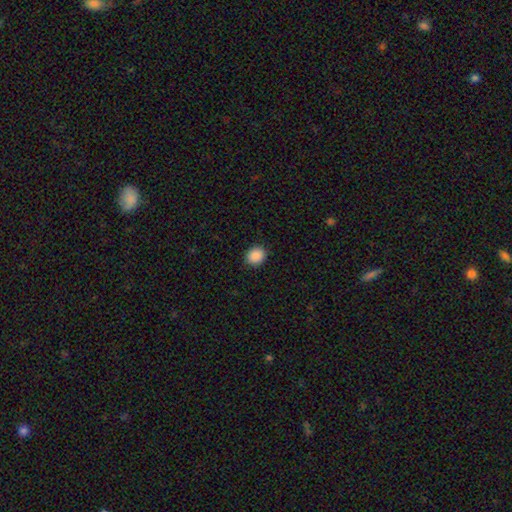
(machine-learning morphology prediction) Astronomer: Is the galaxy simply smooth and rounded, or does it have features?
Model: smooth — 89%.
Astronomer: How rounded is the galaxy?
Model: round — 69%.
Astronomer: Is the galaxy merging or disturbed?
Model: none — 90%.